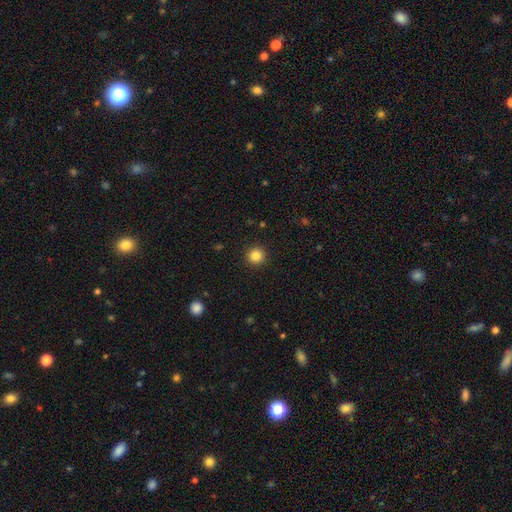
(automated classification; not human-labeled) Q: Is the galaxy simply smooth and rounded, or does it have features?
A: smooth — 85%.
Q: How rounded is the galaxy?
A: round — 96%.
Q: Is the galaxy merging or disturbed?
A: none — 93%.